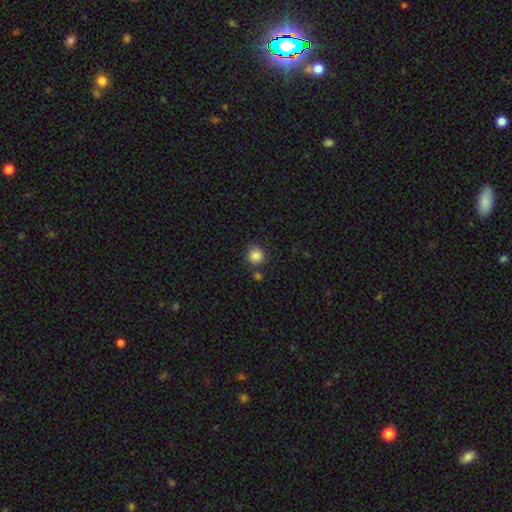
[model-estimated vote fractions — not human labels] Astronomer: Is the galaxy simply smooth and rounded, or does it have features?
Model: smooth — 87%.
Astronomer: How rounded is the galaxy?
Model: round — 91%.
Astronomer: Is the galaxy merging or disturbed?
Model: none — 80%.